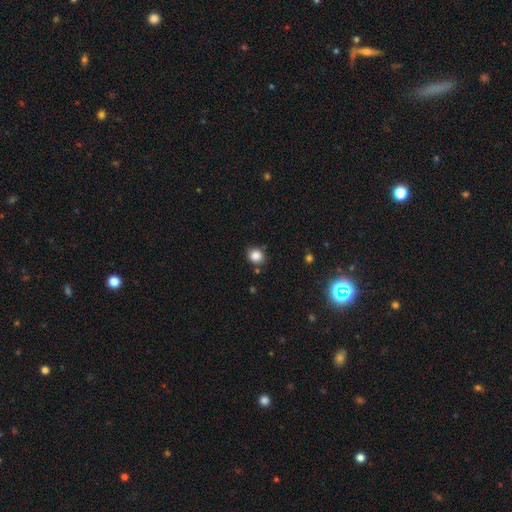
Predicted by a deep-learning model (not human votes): A smooth galaxy with no disk features (85%) that is round (79%). Merging: none (81%).